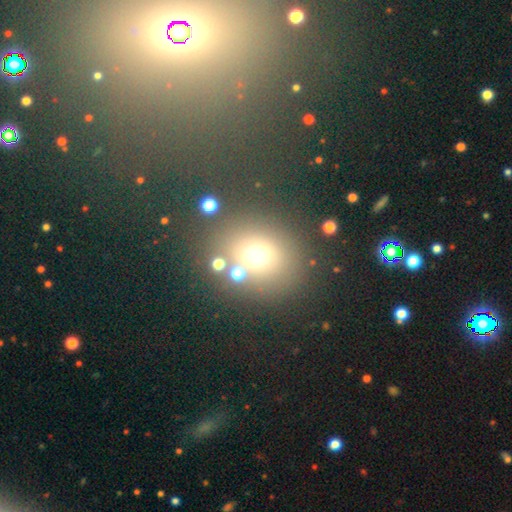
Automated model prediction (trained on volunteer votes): Smooth or featured: smooth — 65% (star or artifact — 22%)
How rounded: round — 75% (in between — 24%)
Merging: none — 70% (minor disturbance — 11%)